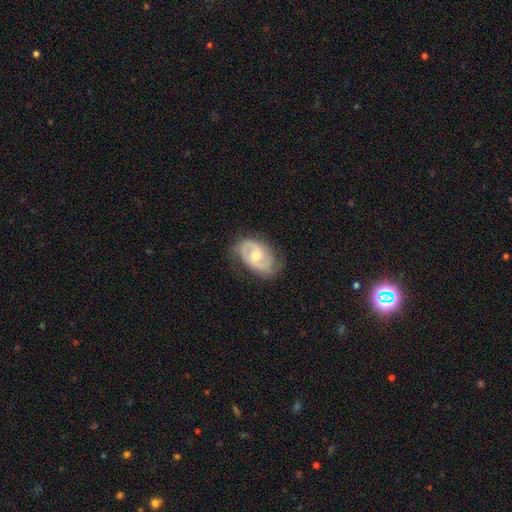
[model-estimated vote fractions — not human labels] featured or disk 80%, smooth 15%, star or artifact 5%. Down the decision tree: edge-on disk — no (97%); bar — no (55%); spiral arms — yes (93%); spiral arm count — 2 (84%); spiral winding — medium (48%); bulge size — moderate (57%); merging — none (74%).